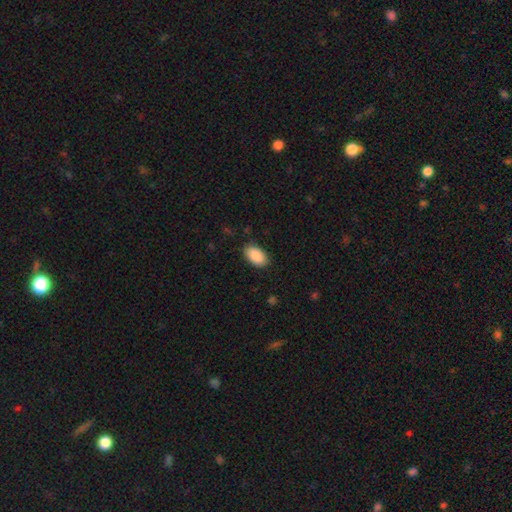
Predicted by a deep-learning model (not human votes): The model was most divided on "merging": none: 86%, minor disturbance: 11%, major disturbance: 3%, merger: 1%. More confident: how rounded — in between (94%); smooth or featured — smooth (91%).